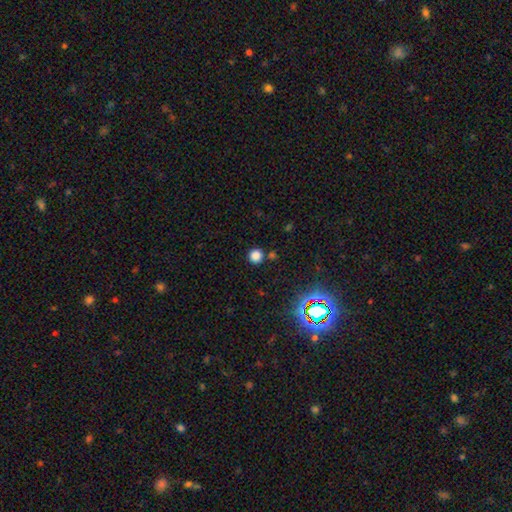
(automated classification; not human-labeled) smooth_or_featured: smooth (p=0.79) [alt: star or artifact p=0.17]
how_rounded: round (p=0.93) [alt: in between p=0.06]
merging: none (p=0.83) [alt: minor disturbance p=0.07]